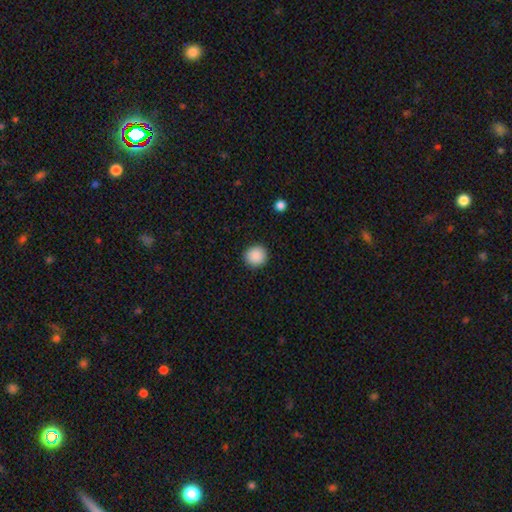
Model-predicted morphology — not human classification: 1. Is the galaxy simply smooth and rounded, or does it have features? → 89% smooth, 8% star or artifact, 2% featured or disk.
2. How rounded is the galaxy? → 92% round, 7% in between, 1% cigar-shaped.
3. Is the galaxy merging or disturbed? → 92% none, 5% minor disturbance, 2% major disturbance, 1% merger.